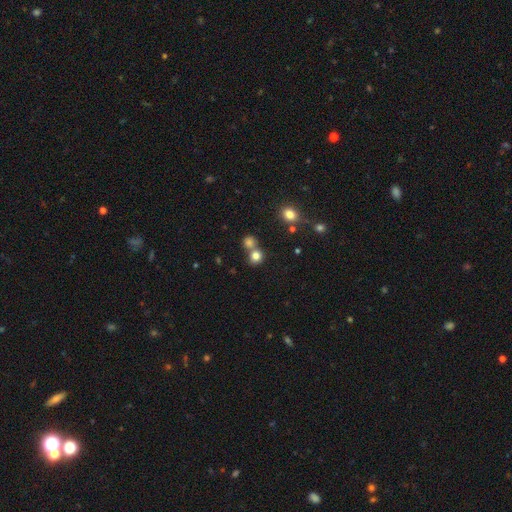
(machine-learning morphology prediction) Smooth or featured? Predicted: smooth (p=0.80). How rounded? Predicted: round (p=0.84). Merging? Predicted: none (p=0.54).